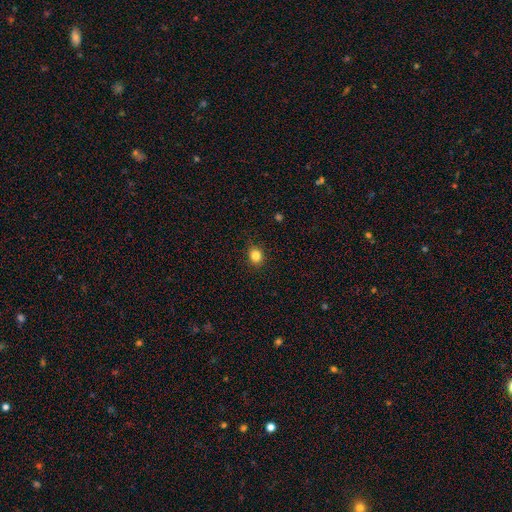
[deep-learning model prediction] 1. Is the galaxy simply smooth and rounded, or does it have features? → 84% smooth, 11% star or artifact, 5% featured or disk.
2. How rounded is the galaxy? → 71% round, 28% in between, 1% cigar-shaped.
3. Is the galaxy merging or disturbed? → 89% none, 8% minor disturbance, 2% major disturbance, 1% merger.